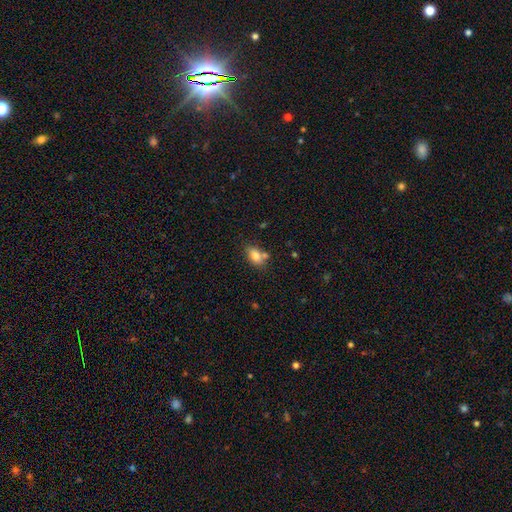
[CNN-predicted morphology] A smooth galaxy with no disk features (80%) that is in between round and cigar-shaped (84%).

Vote fractions:
- Smooth or featured? smooth: 80% / featured or disk: 11% / star or artifact: 9%
- How rounded? in between: 84% / round: 13% / cigar-shaped: 3%
- Merging? none: 63% / merger: 18% / minor disturbance: 16% / major disturbance: 4%